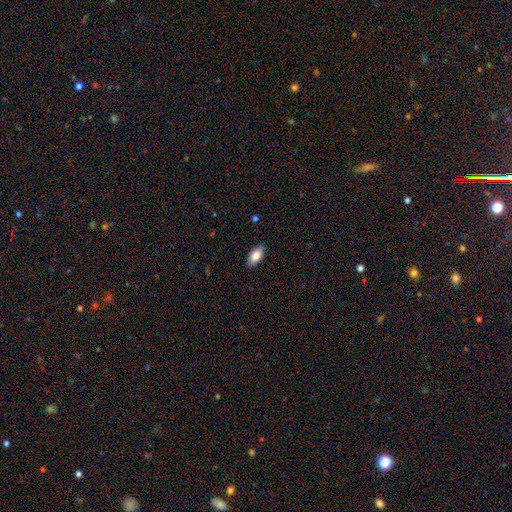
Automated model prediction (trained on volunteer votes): Overall: smooth (80%). How rounded: in between (92%). Merging: none (87%).